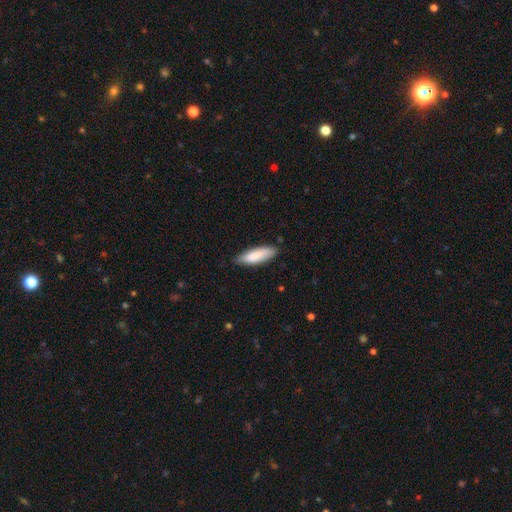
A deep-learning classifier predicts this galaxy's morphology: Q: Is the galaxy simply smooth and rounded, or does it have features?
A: smooth — 85%.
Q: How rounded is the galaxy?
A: in between — 53%.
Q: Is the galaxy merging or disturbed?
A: none — 79%.